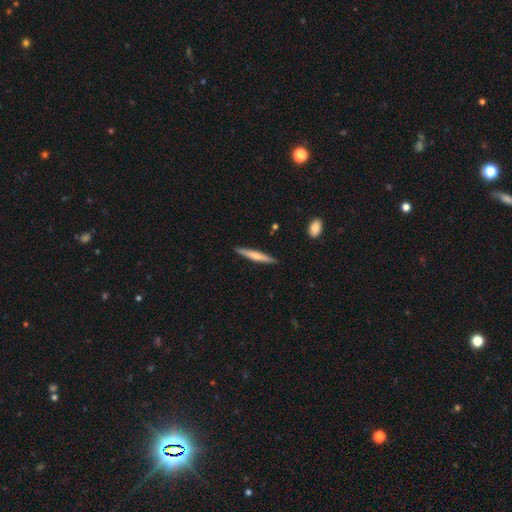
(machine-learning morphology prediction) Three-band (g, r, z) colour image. It shows a smooth galaxy with no disk features (53%) that is cigar-shaped (94%). Merging: none (90%).